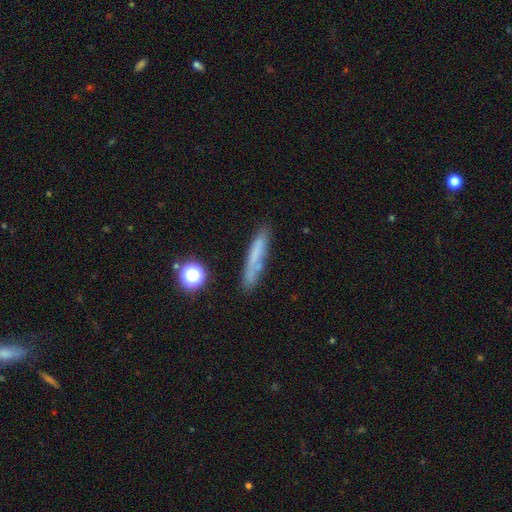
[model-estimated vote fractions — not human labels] smooth-or-featured: smooth: 60% | featured or disk: 28% | star or artifact: 12%
  how-rounded: cigar-shaped: 89% | in between: 9% | round: 2%
  merging: none: 73% | minor disturbance: 17% | major disturbance: 5% | merger: 5%